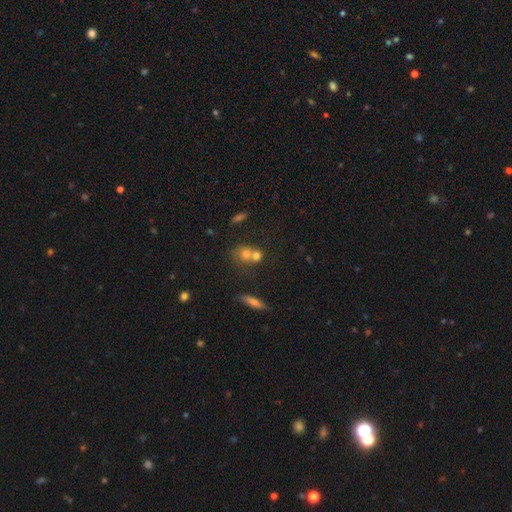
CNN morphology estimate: Smooth or featured: smooth — 67% (featured or disk — 19%)
How rounded: round — 67% (in between — 30%)
Merging: merger — 55% (none — 33%)